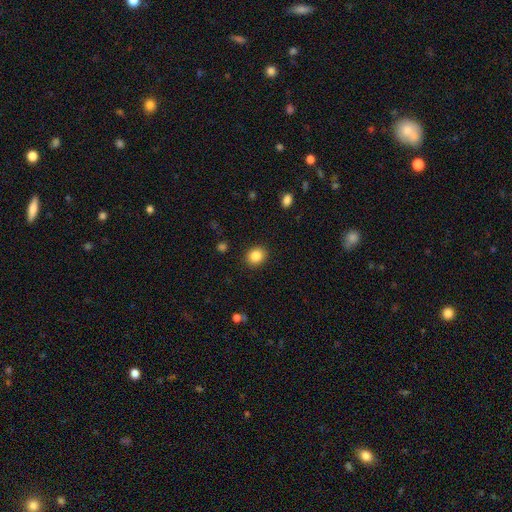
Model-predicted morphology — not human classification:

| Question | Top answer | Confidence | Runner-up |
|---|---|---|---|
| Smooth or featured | smooth | 86% | star or artifact (10%) |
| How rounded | round | 70% | in between (29%) |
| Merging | none | 90% | minor disturbance (7%) |